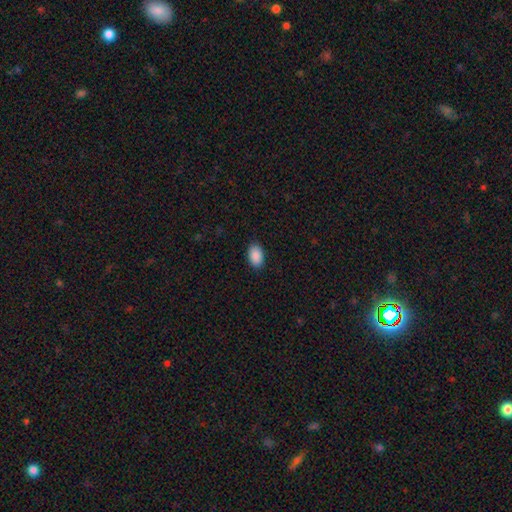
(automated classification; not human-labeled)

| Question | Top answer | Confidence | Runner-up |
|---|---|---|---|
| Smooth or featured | smooth | 91% | star or artifact (7%) |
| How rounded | in between | 92% | round (7%) |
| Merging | none | 88% | minor disturbance (9%) |